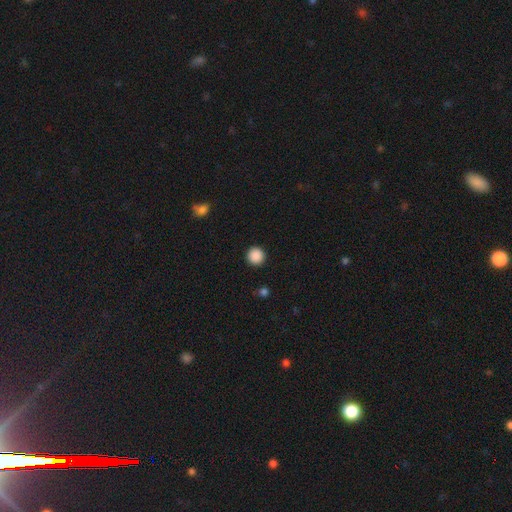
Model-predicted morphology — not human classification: Smooth or featured?
  - smooth: 88% *
  - star or artifact: 9%
  - featured or disk: 2%
How rounded?
  - round: 96% *
  - in between: 3%
  - cigar-shaped: 1%
Merging?
  - none: 93% *
  - minor disturbance: 5%
  - major disturbance: 2%
  - merger: 1%